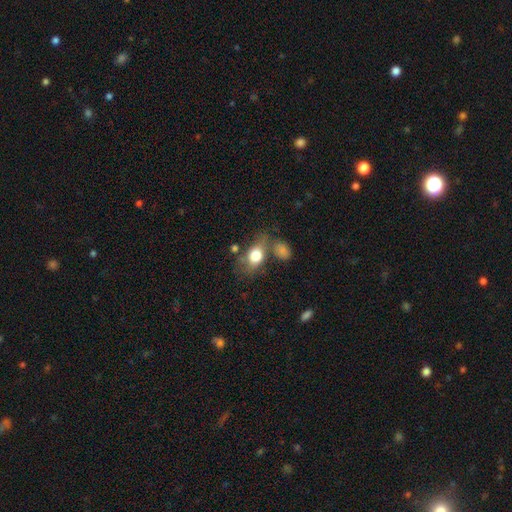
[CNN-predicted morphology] smooth 75%, featured or disk 17%, star or artifact 8%. Down the decision tree: how rounded — in between (75%); merging — none (51%).